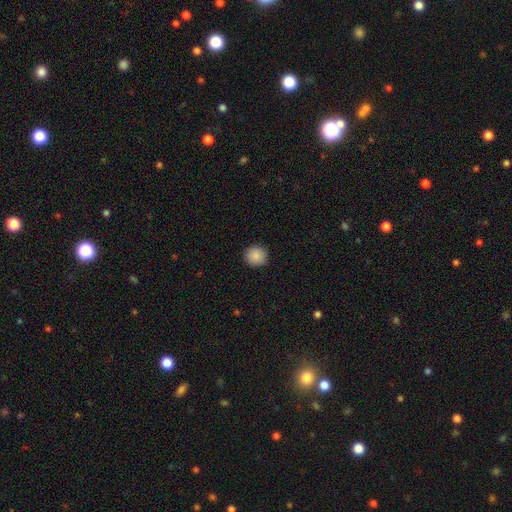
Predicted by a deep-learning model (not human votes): Morphology: type=smooth (88%); roundness=round (91%); merging=none (91%).